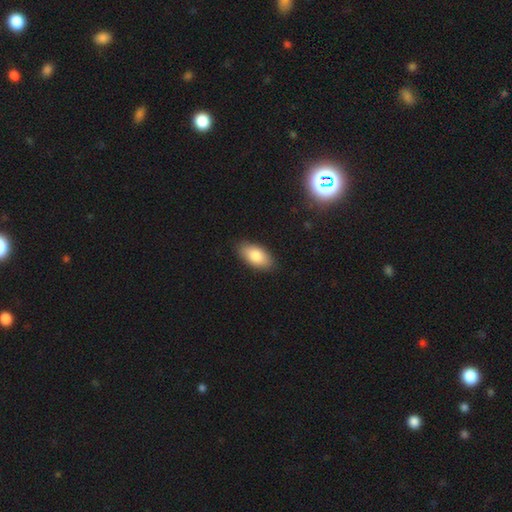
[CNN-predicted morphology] Smooth or featured? Predicted: smooth (p=0.83). How rounded? Predicted: in between (p=0.92). Merging? Predicted: none (p=0.87).